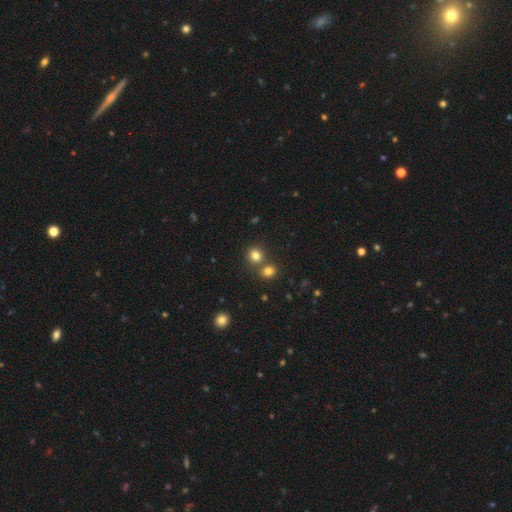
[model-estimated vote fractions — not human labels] A smooth galaxy with no disk features (80%) that is round (86%). Merging: none (65%).